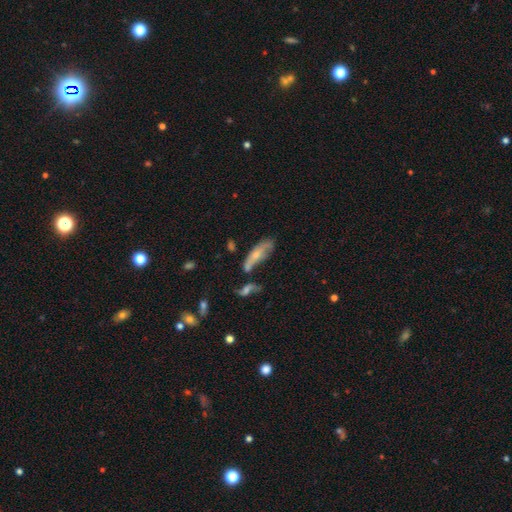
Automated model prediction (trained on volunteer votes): This appears to be a smooth galaxy with no disk features (51%) that is in between round and cigar-shaped (61%). Merging: none (35%).